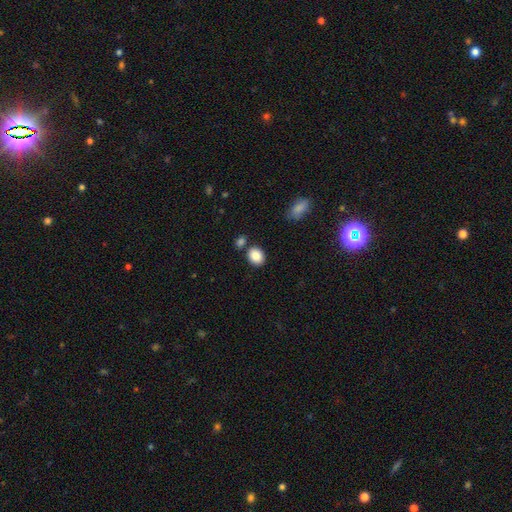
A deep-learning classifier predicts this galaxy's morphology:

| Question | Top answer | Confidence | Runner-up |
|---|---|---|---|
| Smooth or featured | smooth | 87% | star or artifact (8%) |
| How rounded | in between | 52% | round (47%) |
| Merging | none | 76% | minor disturbance (11%) |